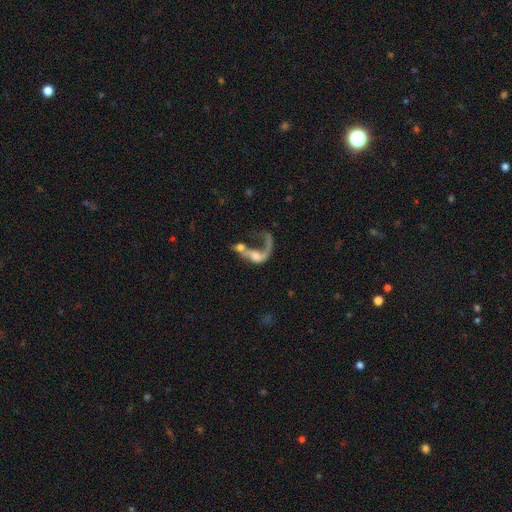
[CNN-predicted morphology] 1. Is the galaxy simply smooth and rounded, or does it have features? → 65% featured or disk, 25% smooth, 10% star or artifact.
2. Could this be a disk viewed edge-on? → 94% no, 6% yes.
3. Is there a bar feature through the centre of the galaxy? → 66% no, 25% weak, 9% strong.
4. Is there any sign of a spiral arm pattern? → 64% yes, 36% no.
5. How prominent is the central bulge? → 37% moderate, 25% small, 20% none, 14% large, 3% dominant.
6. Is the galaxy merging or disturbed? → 47% merger, 31% major disturbance, 16% none, 7% minor disturbance.